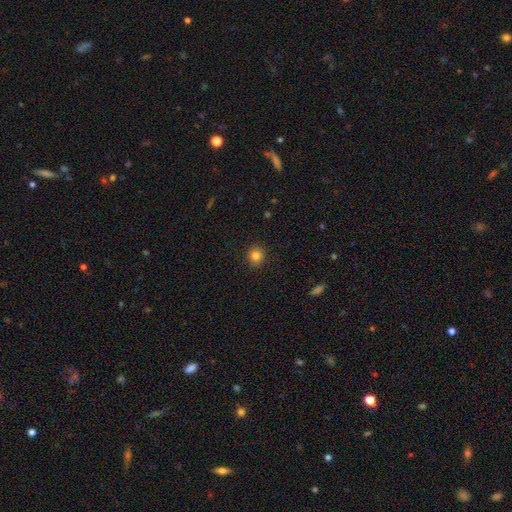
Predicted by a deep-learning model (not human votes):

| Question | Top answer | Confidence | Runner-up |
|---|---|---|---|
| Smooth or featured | smooth | 82% | star or artifact (12%) |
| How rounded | round | 87% | in between (12%) |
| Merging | none | 91% | minor disturbance (6%) |